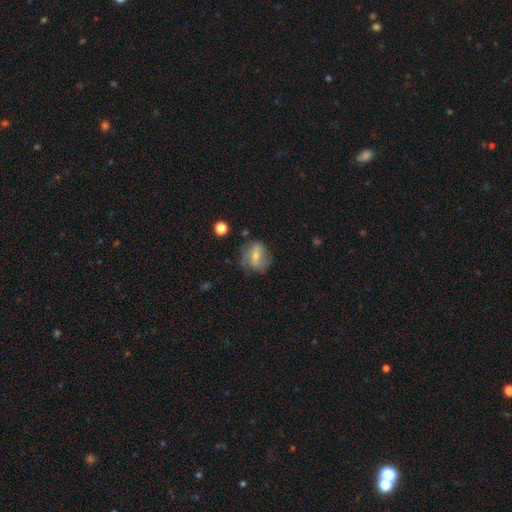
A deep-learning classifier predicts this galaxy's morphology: This is possibly a smooth galaxy (47%). Merging: likely none (65%).